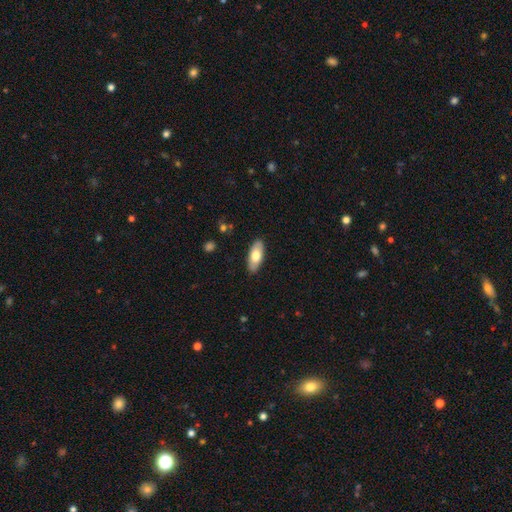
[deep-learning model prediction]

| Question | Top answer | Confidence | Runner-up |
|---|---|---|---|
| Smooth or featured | smooth | 71% | featured or disk (23%) |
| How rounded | in between | 84% | cigar-shaped (14%) |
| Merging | none | 88% | minor disturbance (9%) |